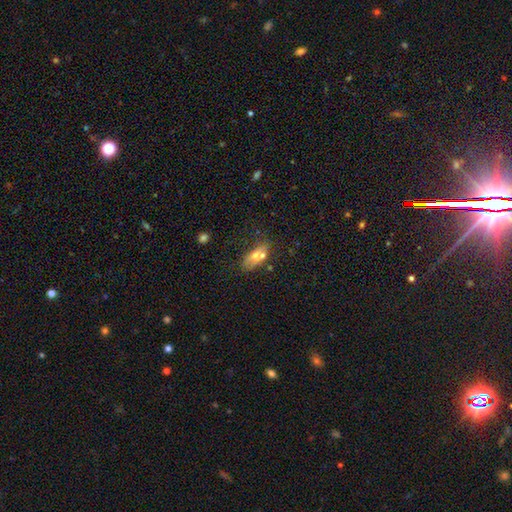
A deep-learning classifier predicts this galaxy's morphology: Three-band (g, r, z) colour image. It shows a smooth galaxy with no disk features (56%) that is in between round and cigar-shaped (72%). Merging: none (51%).